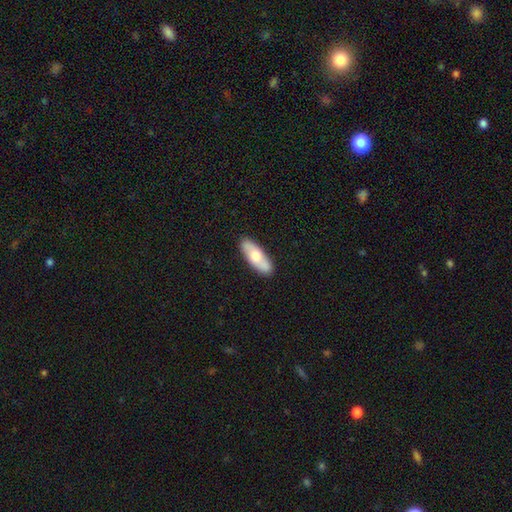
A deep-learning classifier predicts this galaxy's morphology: smooth-or-featured: smooth: 61% | featured or disk: 34% | star or artifact: 5%
  how-rounded: in between: 69% | cigar-shaped: 29% | round: 2%
  merging: none: 87% | minor disturbance: 9% | major disturbance: 2% | merger: 2%